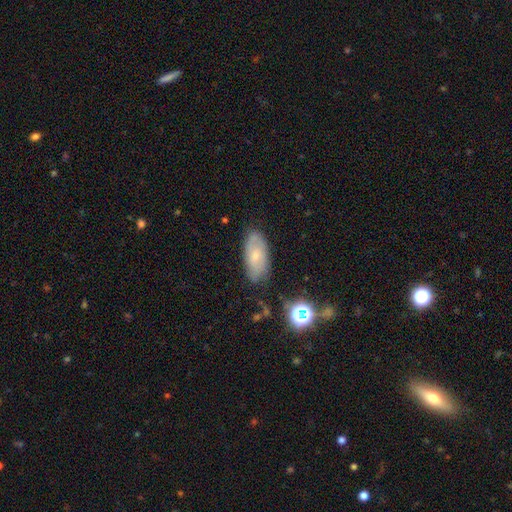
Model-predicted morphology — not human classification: smooth_or_featured: smooth (p=0.54) [alt: featured or disk p=0.36]
how_rounded: in between (p=0.88) [alt: cigar-shaped p=0.08]
merging: none (p=0.73) [alt: minor disturbance p=0.20]